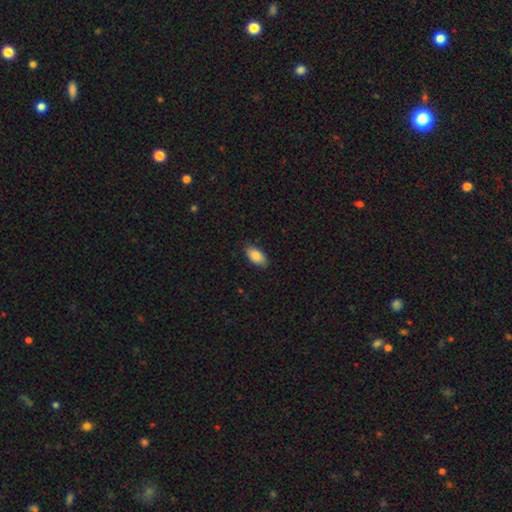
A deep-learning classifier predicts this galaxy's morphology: Smooth or featured? Predicted: smooth (p=0.88). How rounded? Predicted: in between (p=0.93). Merging? Predicted: none (p=0.84).